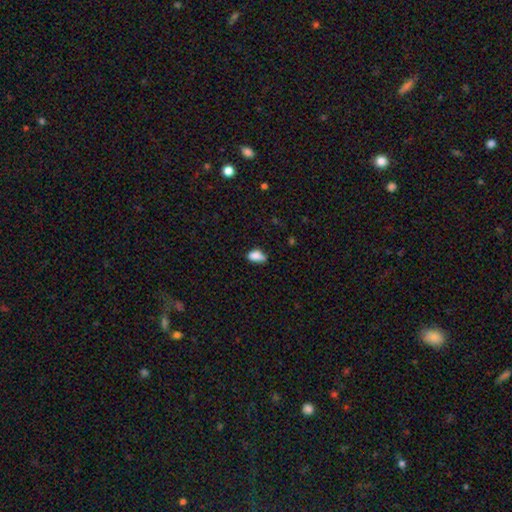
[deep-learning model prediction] Morphology: type=smooth (83%); roundness=in between (87%); merging=none (48%).